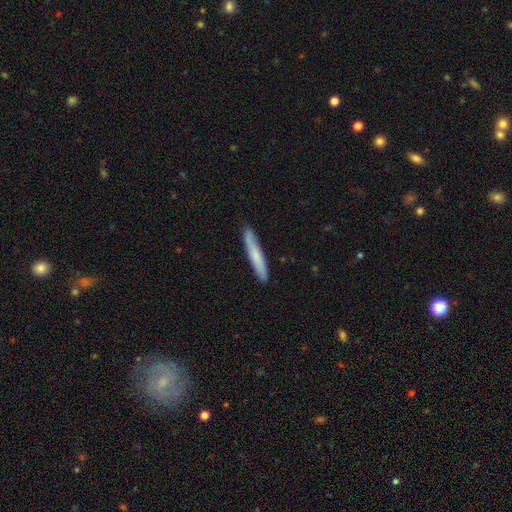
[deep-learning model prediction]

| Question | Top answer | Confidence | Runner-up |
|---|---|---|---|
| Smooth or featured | smooth | 68% | featured or disk (26%) |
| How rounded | cigar-shaped | 95% | in between (4%) |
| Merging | none | 88% | minor disturbance (10%) |